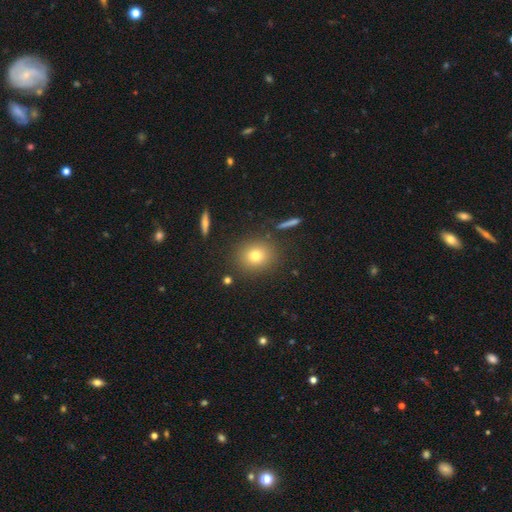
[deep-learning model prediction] Smooth or featured? Predicted: smooth (p=0.75). How rounded? Predicted: round (p=0.74). Merging? Predicted: none (p=0.86).